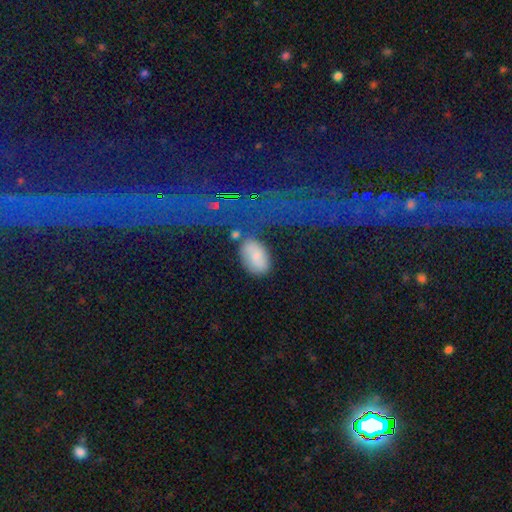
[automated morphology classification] This appears to be a smooth galaxy with no disk features (74%) that is in between round and cigar-shaped (91%). Merging: none (61%).